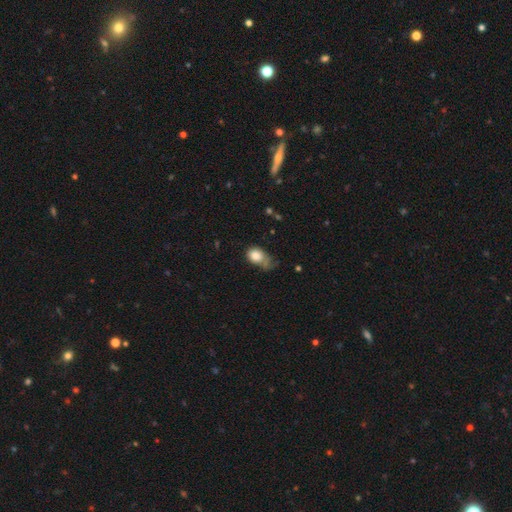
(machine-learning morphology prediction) Smooth or featured: smooth — 81% (featured or disk — 10%)
How rounded: in between — 60% (round — 39%)
Merging: minor disturbance — 35% (major disturbance — 29%)